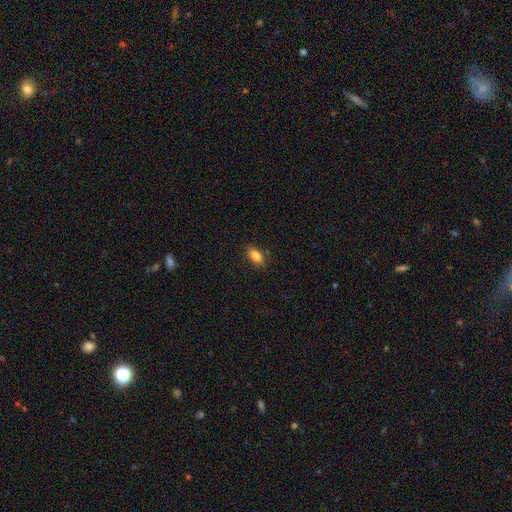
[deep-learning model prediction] smooth-or-featured: smooth: 86% | star or artifact: 9% | featured or disk: 6%
  how-rounded: in between: 89% | round: 5% | cigar-shaped: 5%
  merging: none: 86% | minor disturbance: 10% | major disturbance: 2% | merger: 2%